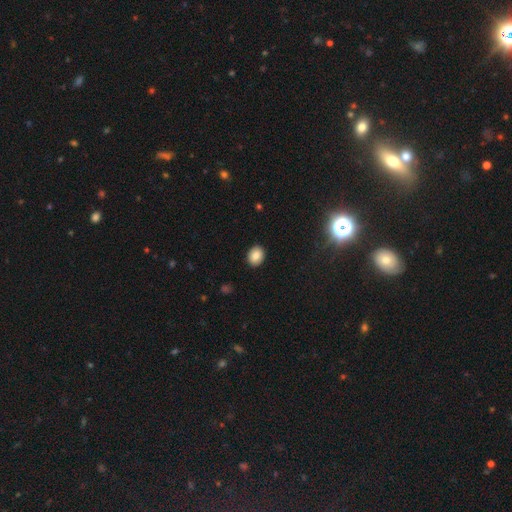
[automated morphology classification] smooth_or_featured: smooth (p=0.84) [alt: star or artifact p=0.09]
how_rounded: in between (p=0.55) [alt: round p=0.44]
merging: none (p=0.90) [alt: minor disturbance p=0.07]